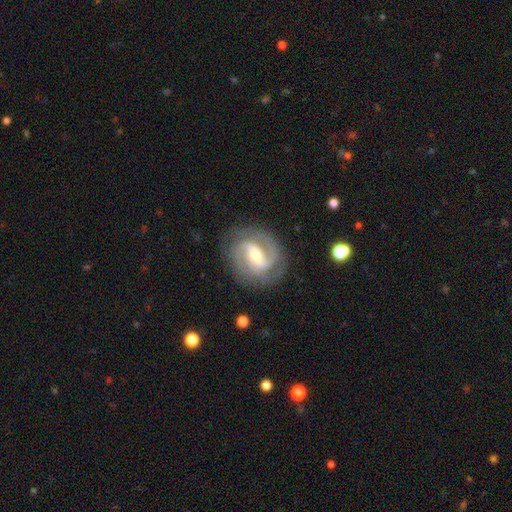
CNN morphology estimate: The model was most divided on "bar" (2-way tie): weak: 42%, strong: 42%, no: 16%. Remaining: spiral arms — yes (97%); edge-on disk — no (97%); smooth or featured — featured or disk (90%); merging — none (82%); spiral arm count — 2 (63%); bulge size — moderate (49%); spiral winding — medium (46%).